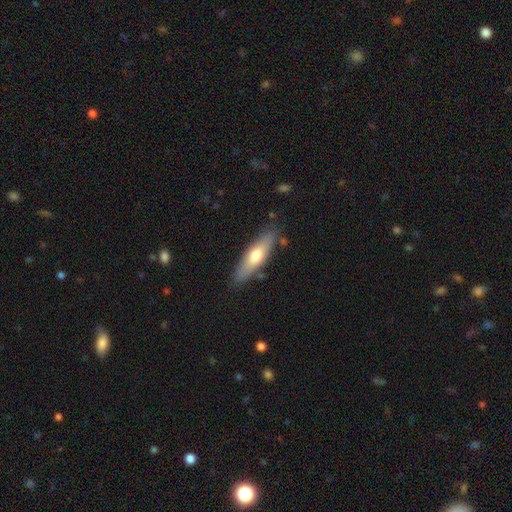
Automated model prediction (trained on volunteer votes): A smooth galaxy with no disk features (60%) that is cigar-shaped (59%). Merging: none (83%).